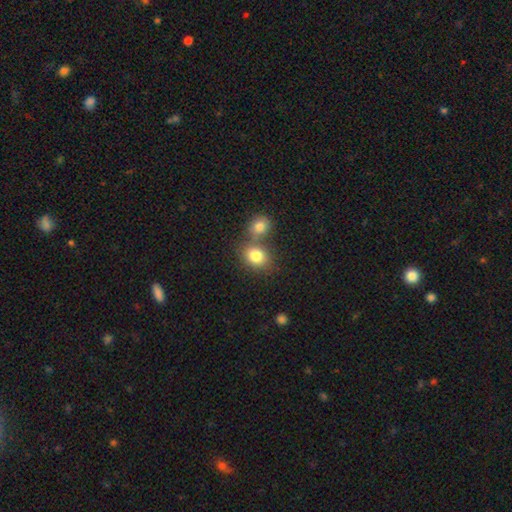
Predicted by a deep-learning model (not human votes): Q: Smooth or featured?
A: smooth (83%); runner-up: star or artifact (10%)
Q: How rounded?
A: round (56%); runner-up: in between (43%)
Q: Merging?
A: none (46%); runner-up: merger (42%)